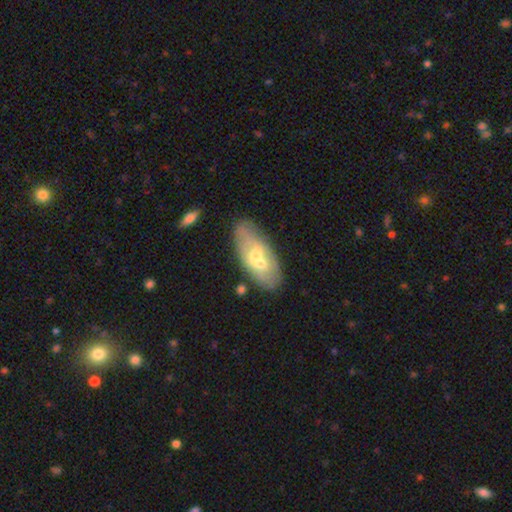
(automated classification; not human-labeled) Q: Smooth or featured?
A: smooth (47%); runner-up: featured or disk (46%)
Q: Merging?
A: none (54%); runner-up: merger (24%)